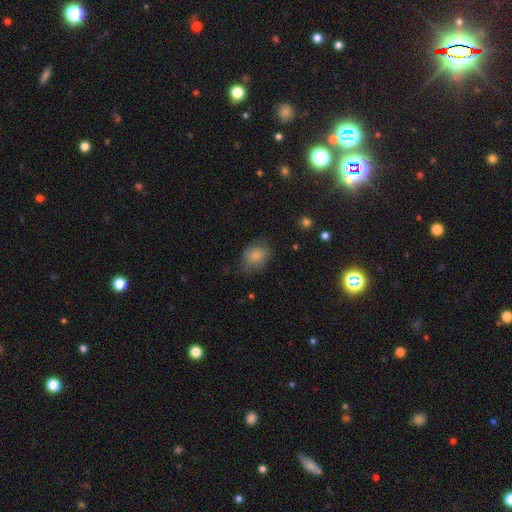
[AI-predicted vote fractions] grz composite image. It shows a smooth galaxy with no disk features (82%) that is in between round and cigar-shaped (63%). Merging: none (65%).